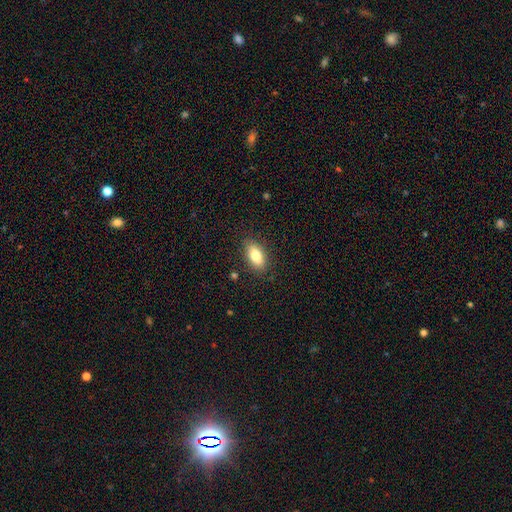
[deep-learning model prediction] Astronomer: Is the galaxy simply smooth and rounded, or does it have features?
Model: smooth — 80%.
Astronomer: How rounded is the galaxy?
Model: in between — 87%.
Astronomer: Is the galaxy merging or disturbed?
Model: none — 85%.